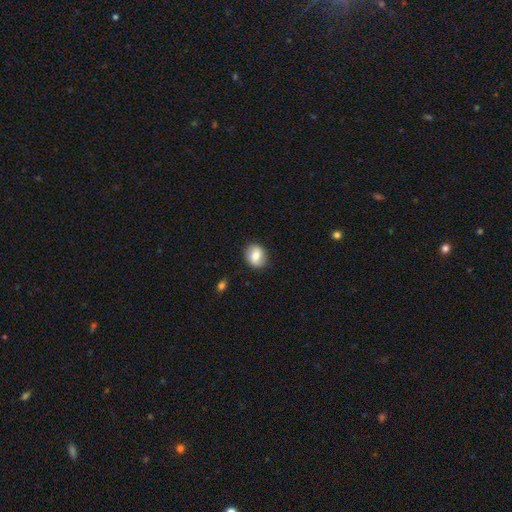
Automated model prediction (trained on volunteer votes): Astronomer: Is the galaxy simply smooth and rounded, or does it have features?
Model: smooth — 72%.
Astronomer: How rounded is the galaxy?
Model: round — 60% (runner-up: in between, 39%).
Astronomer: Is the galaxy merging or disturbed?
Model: none — 85%.